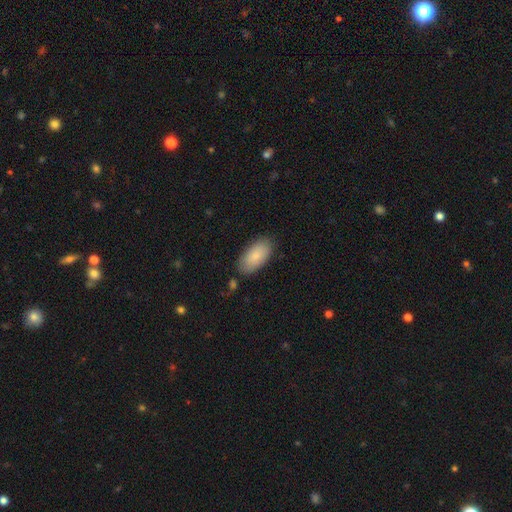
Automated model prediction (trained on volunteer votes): smooth_or_featured: smooth (p=0.85) [alt: featured or disk p=0.10]
how_rounded: in between (p=0.94) [alt: cigar-shaped p=0.04]
merging: none (p=0.83) [alt: minor disturbance p=0.12]